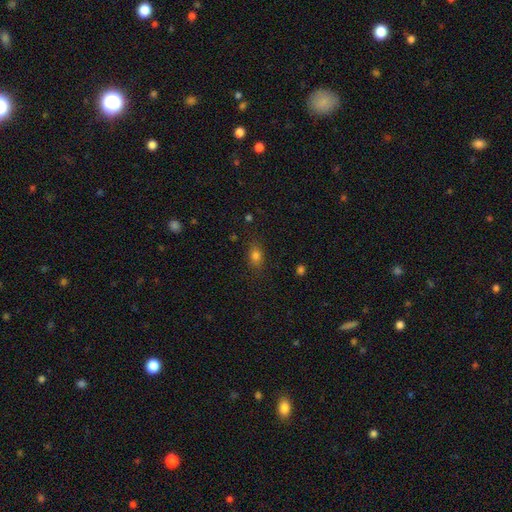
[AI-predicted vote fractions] A smooth galaxy with no disk features (79%) that is in between round and cigar-shaped (71%). Merging: none (81%).